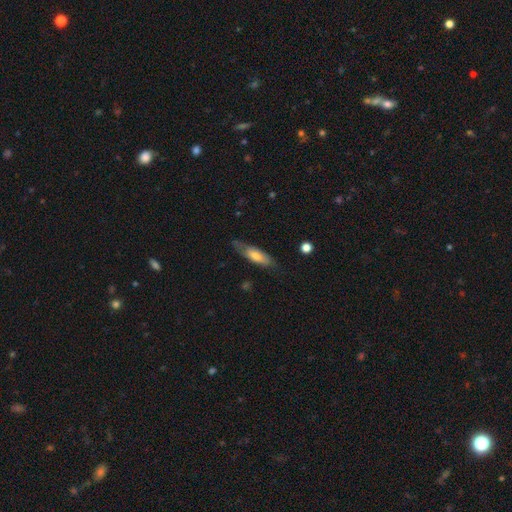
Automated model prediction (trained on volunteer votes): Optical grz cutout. It shows a smooth galaxy with no disk features (63%) that is cigar-shaped (49%, tied with in between). Merging: none (66%).